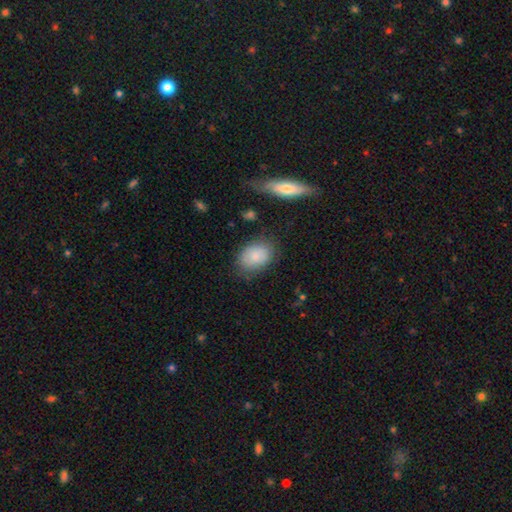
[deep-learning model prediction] Q: Smooth or featured?
A: smooth (83%); runner-up: featured or disk (10%)
Q: How rounded?
A: in between (79%); runner-up: round (20%)
Q: Merging?
A: none (74%); runner-up: minor disturbance (17%)